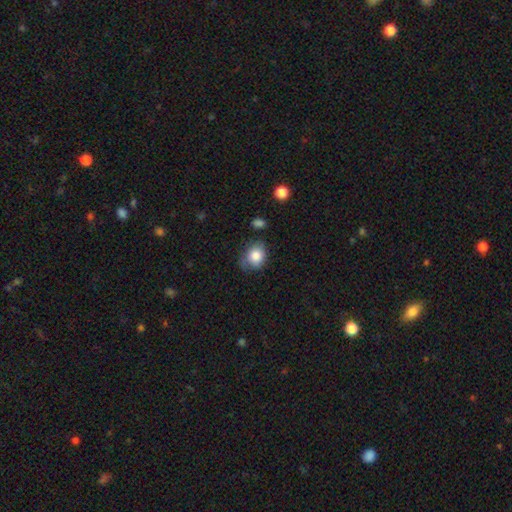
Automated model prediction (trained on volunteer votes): A smooth galaxy with no disk features (82%) that is round (56%). Merging: none (58%).